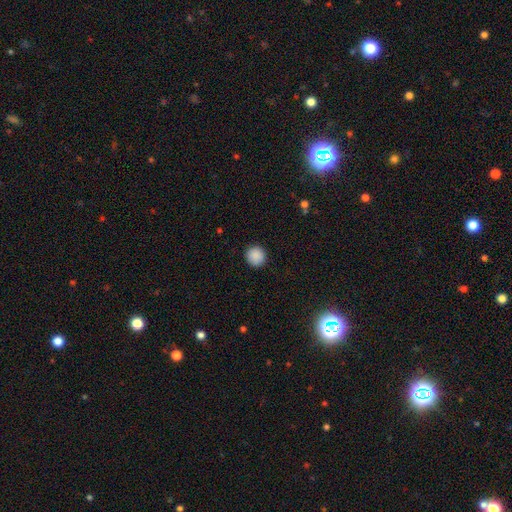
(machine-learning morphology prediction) Overall: smooth (89%). How rounded: round (94%). Merging: none (92%).